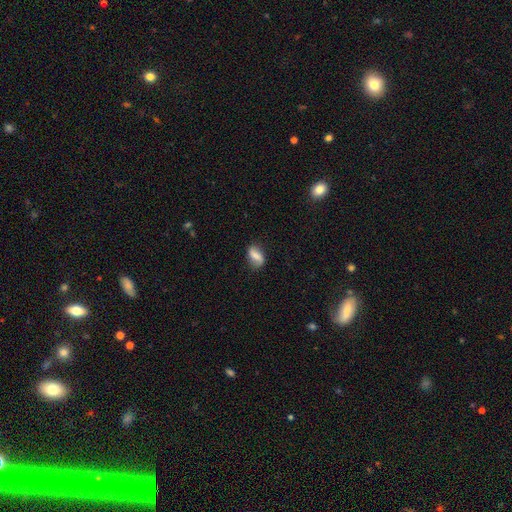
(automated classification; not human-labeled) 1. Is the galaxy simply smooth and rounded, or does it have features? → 60% smooth, 31% featured or disk, 9% star or artifact.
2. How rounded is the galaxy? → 82% in between, 10% round, 7% cigar-shaped.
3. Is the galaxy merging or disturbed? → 67% none, 23% minor disturbance, 7% major disturbance, 2% merger.